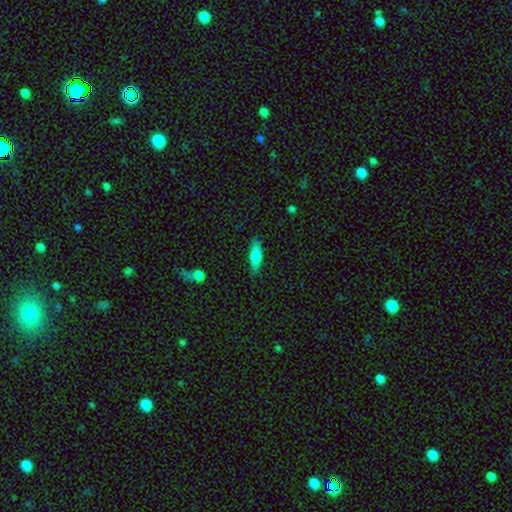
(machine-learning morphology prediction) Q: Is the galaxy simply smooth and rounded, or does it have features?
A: smooth — 72%.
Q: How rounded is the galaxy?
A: cigar-shaped — 51%.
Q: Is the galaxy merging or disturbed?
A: none — 84%.